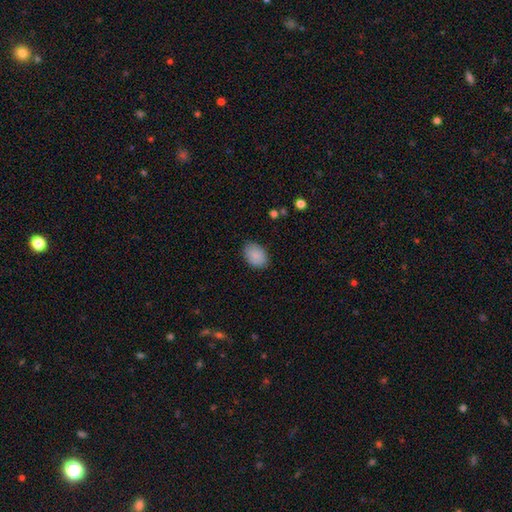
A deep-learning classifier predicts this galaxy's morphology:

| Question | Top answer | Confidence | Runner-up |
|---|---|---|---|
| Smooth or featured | smooth | 86% | featured or disk (7%) |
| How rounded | in between | 81% | round (18%) |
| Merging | none | 81% | minor disturbance (15%) |